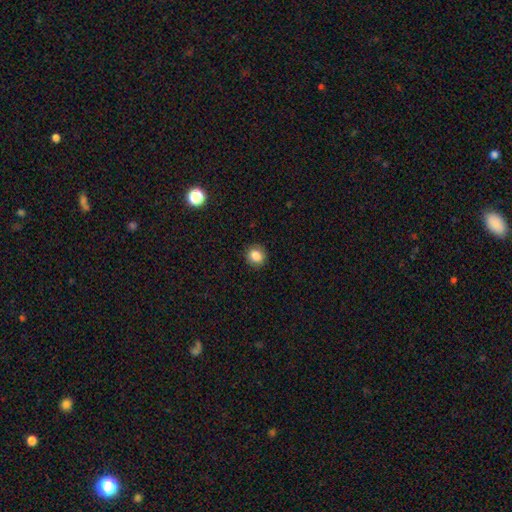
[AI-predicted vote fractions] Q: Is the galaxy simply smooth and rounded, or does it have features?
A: smooth — 84%.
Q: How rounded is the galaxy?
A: round — 77%.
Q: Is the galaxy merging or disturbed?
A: none — 89%.